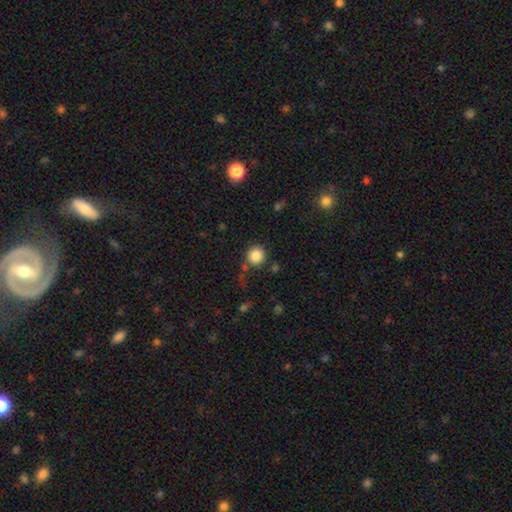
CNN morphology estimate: Q: Smooth or featured?
A: smooth (85%); runner-up: star or artifact (10%)
Q: How rounded?
A: round (92%); runner-up: in between (7%)
Q: Merging?
A: none (83%); runner-up: minor disturbance (9%)